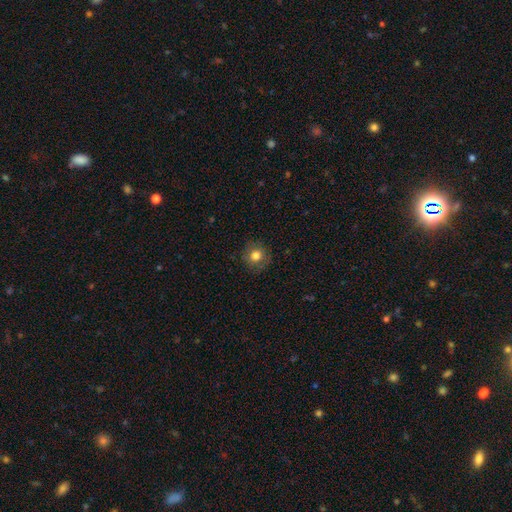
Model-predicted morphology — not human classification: Smooth or featured? smooth (77%)
How rounded? round (89%)
Merging? none (86%)